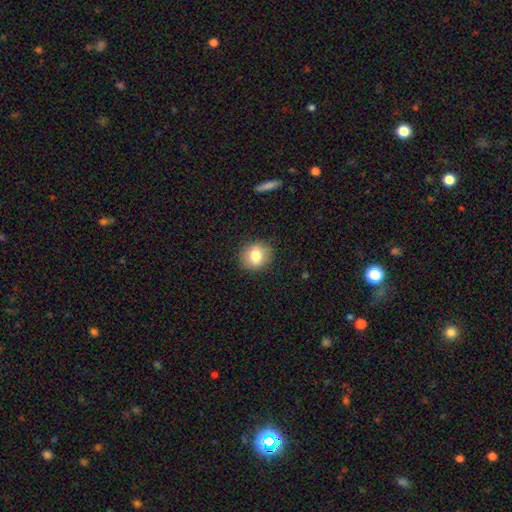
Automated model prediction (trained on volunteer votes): Smooth or featured? Predicted: smooth (p=0.79). How rounded? Predicted: round (p=0.72). Merging? Predicted: none (p=0.87).